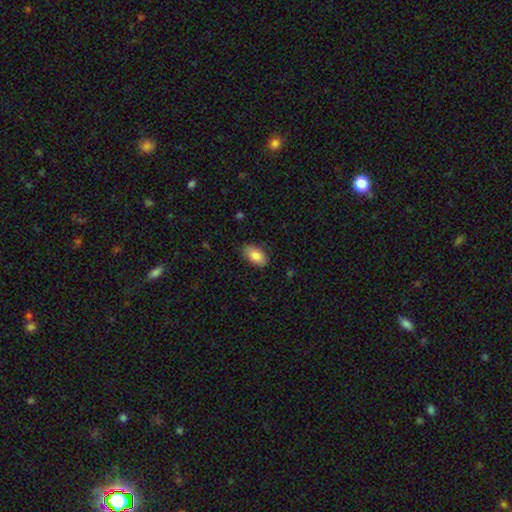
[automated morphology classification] This is clearly a smooth galaxy (84%). How rounded: clearly in between (93%). Merging: clearly none (85%).